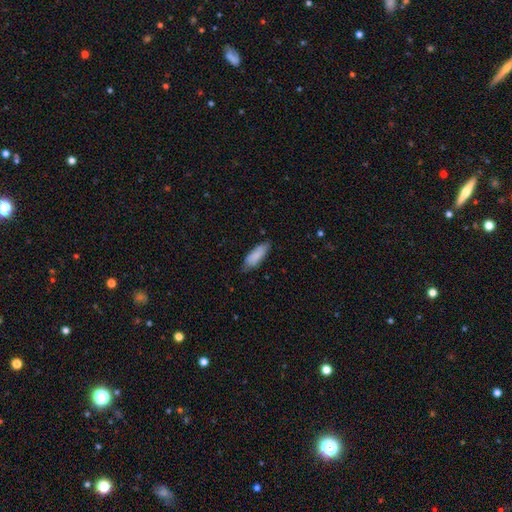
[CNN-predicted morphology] Smooth or featured: smooth — 84% (featured or disk — 10%)
How rounded: in between — 67% (cigar-shaped — 32%)
Merging: none — 69% (minor disturbance — 26%)